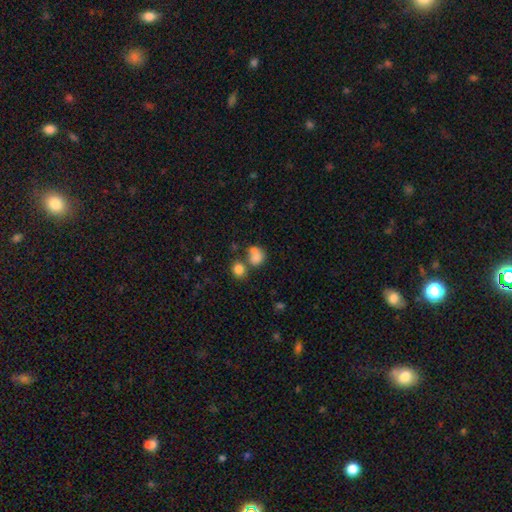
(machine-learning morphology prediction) Smooth or featured? Predicted: smooth (p=0.77). How rounded? Predicted: round (p=0.67). Merging? Predicted: merger (p=0.45).